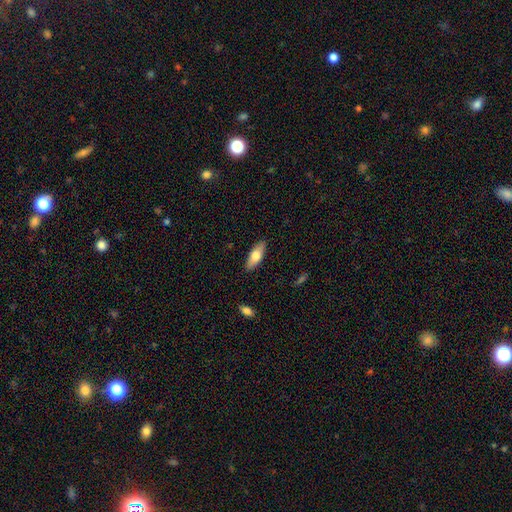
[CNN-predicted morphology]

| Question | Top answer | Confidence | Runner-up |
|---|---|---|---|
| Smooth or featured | smooth | 67% | featured or disk (26%) |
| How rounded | in between | 69% | cigar-shaped (29%) |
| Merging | none | 88% | minor disturbance (9%) |